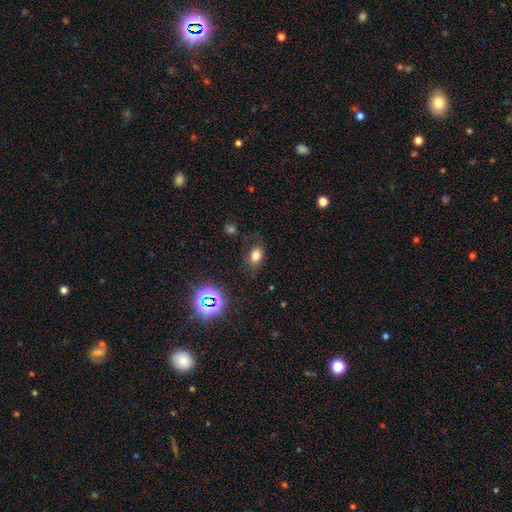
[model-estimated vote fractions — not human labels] smooth 74%, star or artifact 17%, featured or disk 9%. Down the decision tree: how rounded — in between (80%); merging — none (76%).